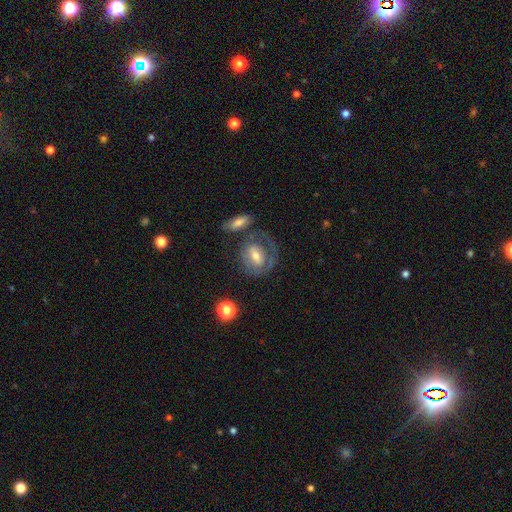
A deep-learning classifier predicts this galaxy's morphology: Overall: featured or disk (58%; smooth 34%). Edge-on disk: no (93%). Bar: no (42%; weak 38%). Spiral arms: no (51%; yes 49%). Bulge size: moderate (56%; small 31%). Merging: none (53%; minor disturbance 19%).